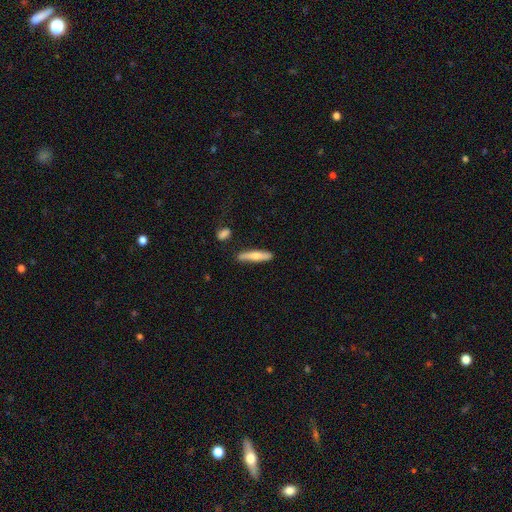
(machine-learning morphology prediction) This appears to be a smooth galaxy with no disk features (70%) that is cigar-shaped (85%). Merging: none (79%).